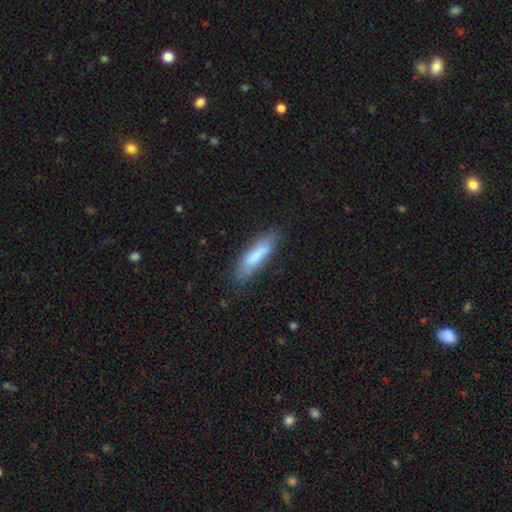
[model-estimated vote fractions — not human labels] Smooth or featured?
  - smooth: 79% *
  - featured or disk: 15%
  - star or artifact: 6%
How rounded?
  - cigar-shaped: 70% *
  - in between: 29%
  - round: 1%
Merging?
  - none: 79% *
  - minor disturbance: 16%
  - major disturbance: 3%
  - merger: 2%